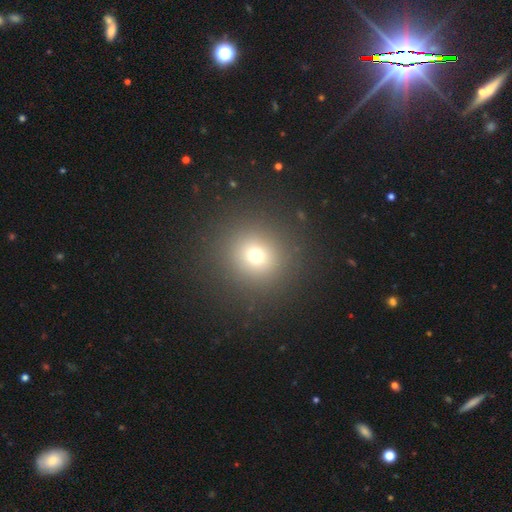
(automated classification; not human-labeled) Smooth or featured? Predicted: smooth (p=0.69). How rounded? Predicted: round (p=0.93). Merging? Predicted: none (p=0.89).